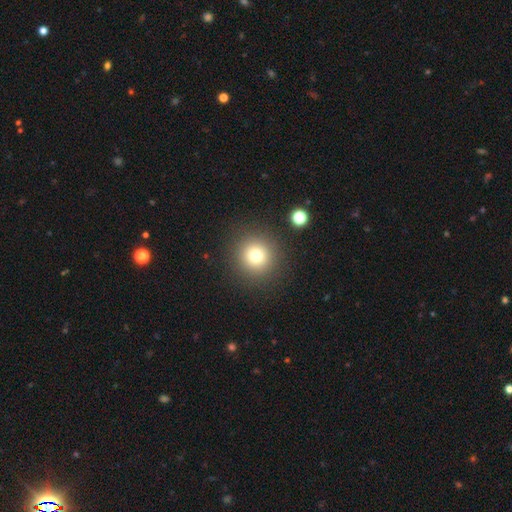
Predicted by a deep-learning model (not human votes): This appears to be a smooth galaxy with no disk features (75%) that is round (95%). Merging: none (88%).